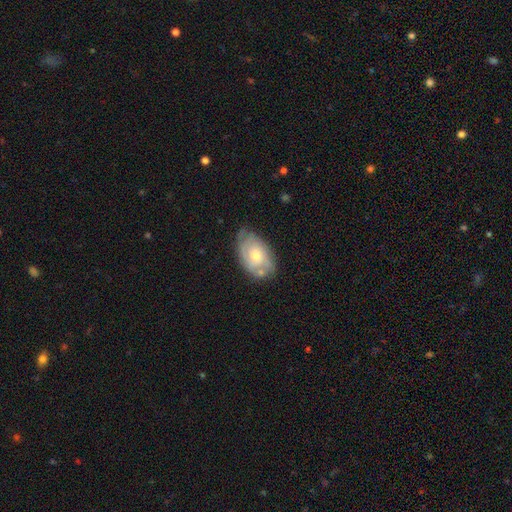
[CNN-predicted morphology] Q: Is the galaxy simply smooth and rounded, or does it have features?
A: featured or disk — 55%.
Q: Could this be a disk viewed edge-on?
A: no — 93%.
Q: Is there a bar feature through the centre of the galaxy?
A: no — 79%.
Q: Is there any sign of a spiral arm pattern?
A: yes — 67%.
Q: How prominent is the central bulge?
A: moderate — 57%.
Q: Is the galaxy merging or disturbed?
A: none — 61%.